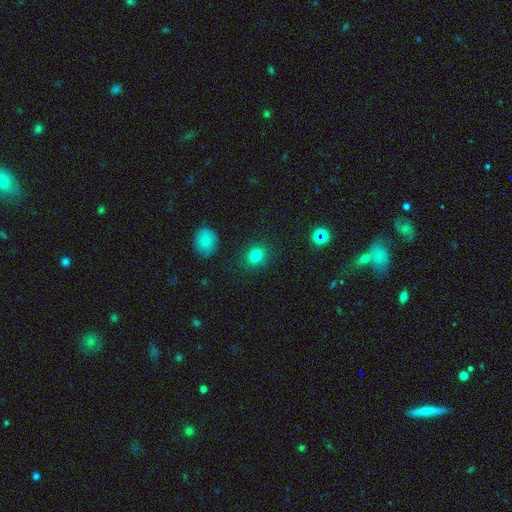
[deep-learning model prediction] A smooth galaxy with no disk features (81%) that is round (62%).

Vote fractions:
- Smooth or featured? smooth: 81% / star or artifact: 13% / featured or disk: 6%
- How rounded? round: 62% / in between: 37% / cigar-shaped: 1%
- Merging? none: 83% / minor disturbance: 11% / major disturbance: 4% / merger: 2%